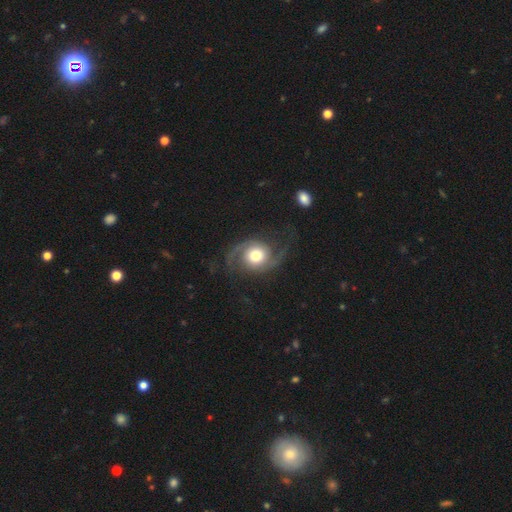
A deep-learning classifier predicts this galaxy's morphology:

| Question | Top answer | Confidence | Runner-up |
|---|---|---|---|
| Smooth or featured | featured or disk | 85% | smooth (10%) |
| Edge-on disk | no | 98% | yes (2%) |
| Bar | no | 73% | weak (21%) |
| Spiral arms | yes | 97% | no (3%) |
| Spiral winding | loose | 46% | medium (43%) |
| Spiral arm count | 2 | 93% | can't tell (2%) |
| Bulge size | moderate | 51% | large (34%) |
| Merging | none | 72% | minor disturbance (15%) |